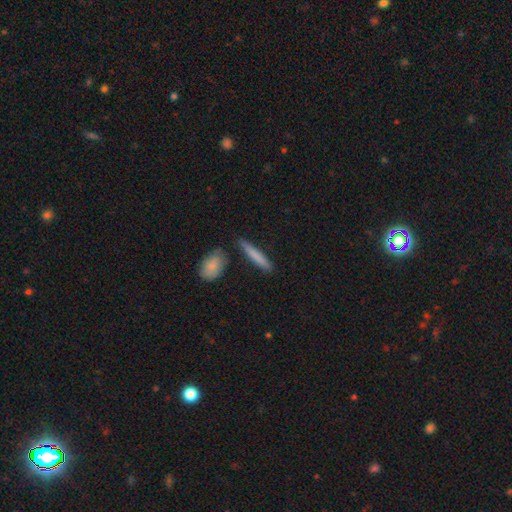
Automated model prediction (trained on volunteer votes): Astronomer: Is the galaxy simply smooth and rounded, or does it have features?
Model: smooth — 75%.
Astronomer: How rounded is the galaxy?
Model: cigar-shaped — 91%.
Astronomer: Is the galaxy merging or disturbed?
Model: none — 83%.